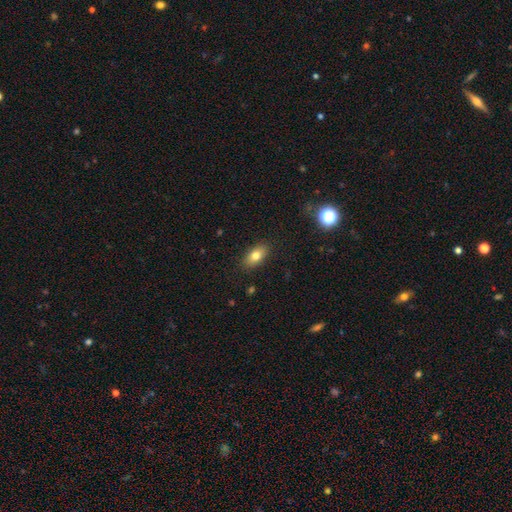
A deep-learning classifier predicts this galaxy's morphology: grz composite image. It shows a smooth galaxy with no disk features (78%) that is in between round and cigar-shaped (86%). Merging: none (87%).